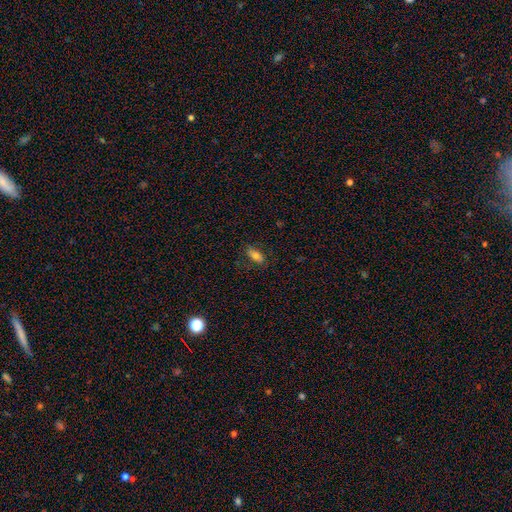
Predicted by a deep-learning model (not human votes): Smooth or featured?
  - smooth: 74% *
  - featured or disk: 18%
  - star or artifact: 8%
How rounded?
  - in between: 83% *
  - cigar-shaped: 14%
  - round: 4%
Merging?
  - none: 81% *
  - minor disturbance: 14%
  - major disturbance: 4%
  - merger: 1%